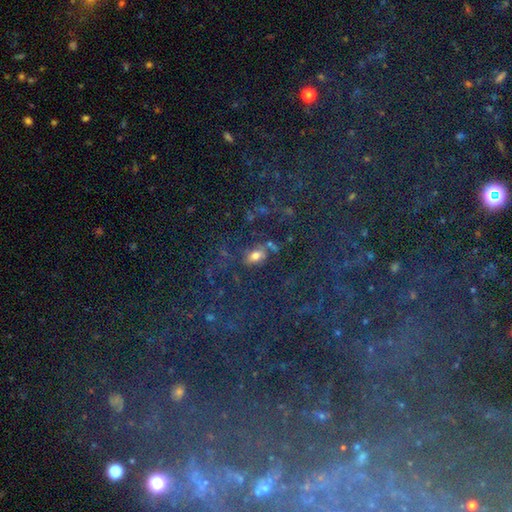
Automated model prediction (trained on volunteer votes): Smooth or featured?
  - smooth: 50% *
  - star or artifact: 32%
  - featured or disk: 18%
Merging?
  - none: 62% *
  - minor disturbance: 17%
  - major disturbance: 12%
  - merger: 8%